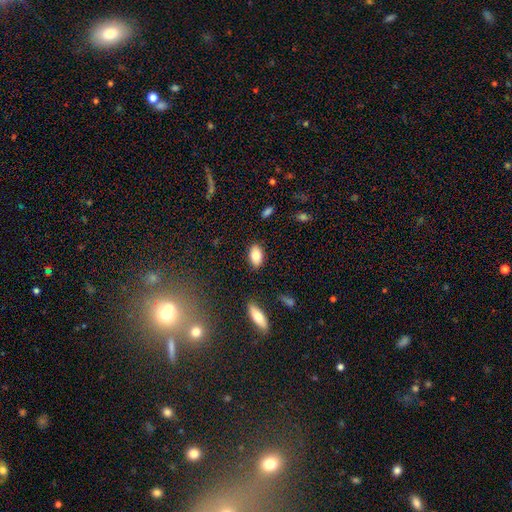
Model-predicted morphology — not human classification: This appears to be a smooth galaxy with no disk features (83%) that is in between round and cigar-shaped (92%). Merging: none (86%).